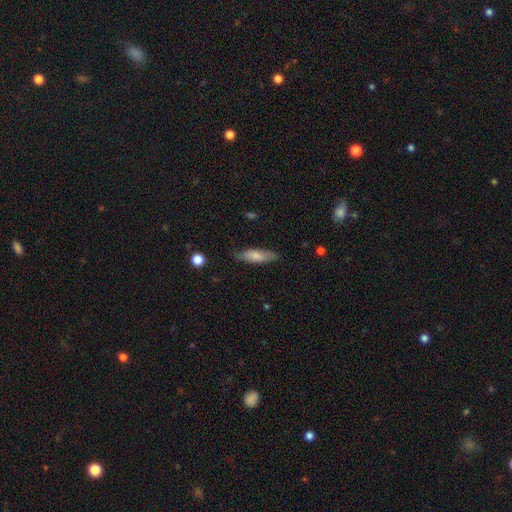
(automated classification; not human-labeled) smooth-or-featured: smooth: 73% | featured or disk: 21% | star or artifact: 6%
  how-rounded: cigar-shaped: 54% | in between: 44% | round: 2%
  merging: none: 80% | minor disturbance: 16% | major disturbance: 3% | merger: 1%